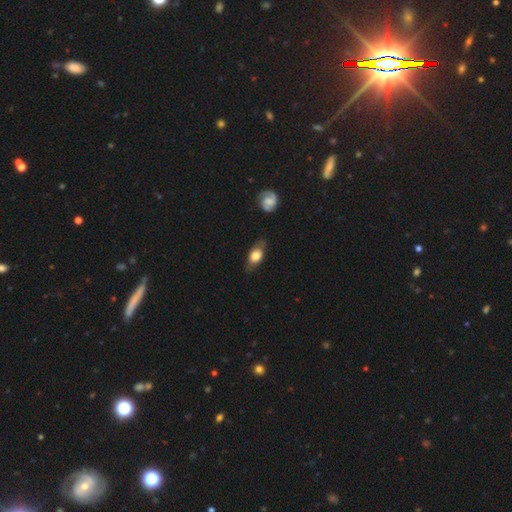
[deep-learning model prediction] smooth-or-featured: smooth: 64% | featured or disk: 30% | star or artifact: 6%
  how-rounded: in between: 80% | round: 10% | cigar-shaped: 10%
  merging: none: 67% | minor disturbance: 24% | major disturbance: 6% | merger: 3%